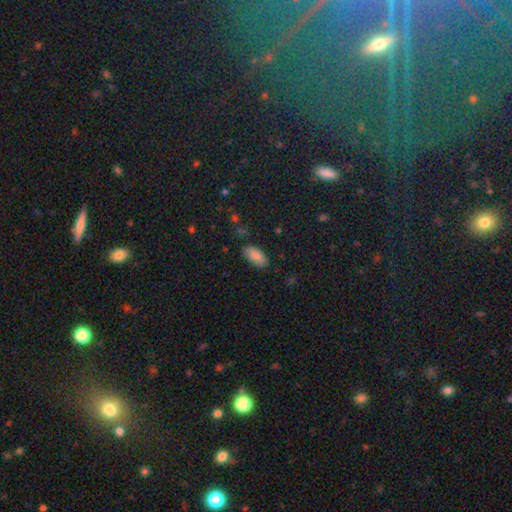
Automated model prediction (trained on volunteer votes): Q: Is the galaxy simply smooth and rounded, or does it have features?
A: smooth — 86%.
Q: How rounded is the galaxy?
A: in between — 92%.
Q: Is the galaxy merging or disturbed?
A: none — 84%.